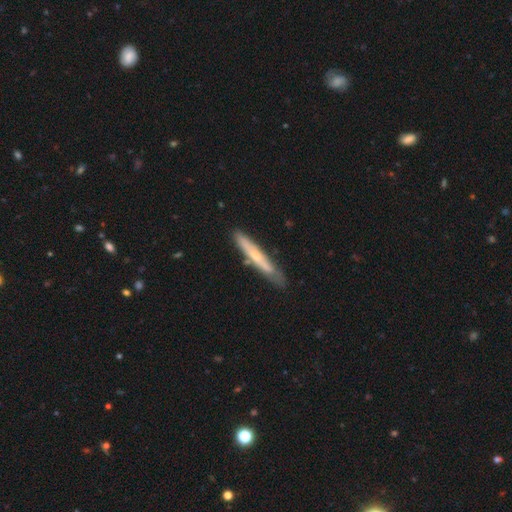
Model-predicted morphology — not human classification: Q: Smooth or featured?
A: featured or disk (57%); runner-up: smooth (37%)
Q: Edge-on disk?
A: yes (82%); runner-up: no (18%)
Q: Merging?
A: none (76%); runner-up: minor disturbance (18%)